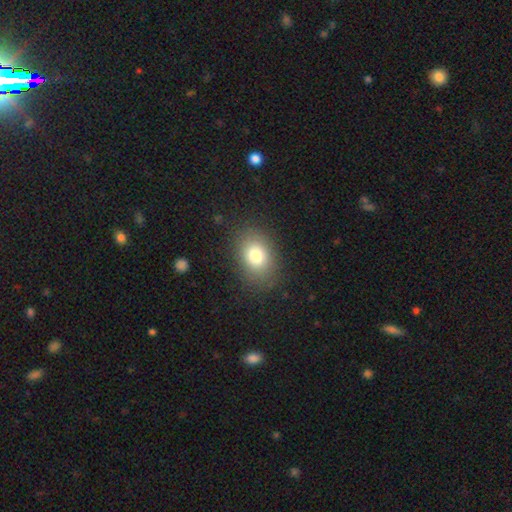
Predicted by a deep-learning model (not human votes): This is clearly a smooth galaxy (80%). How rounded: likely in between (72%). Merging: clearly none (84%).